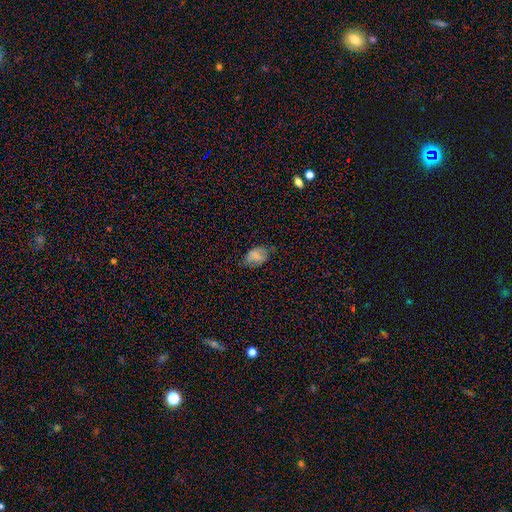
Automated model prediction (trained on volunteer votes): A smooth galaxy with no disk features (71%) that is in between round and cigar-shaped (87%). Merging: none (64%).